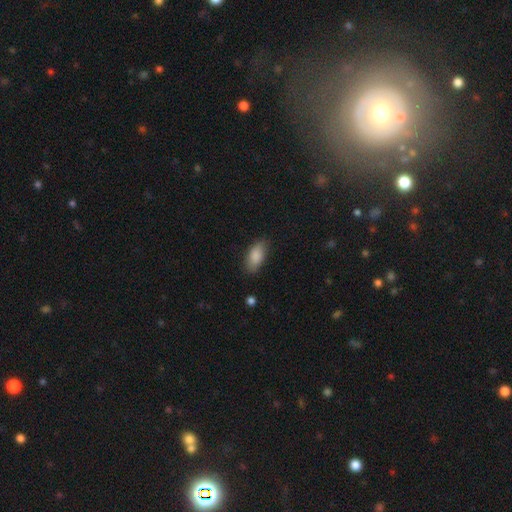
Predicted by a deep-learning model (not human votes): Morphology: type=smooth (87%); roundness=in between (90%); merging=none (80%).